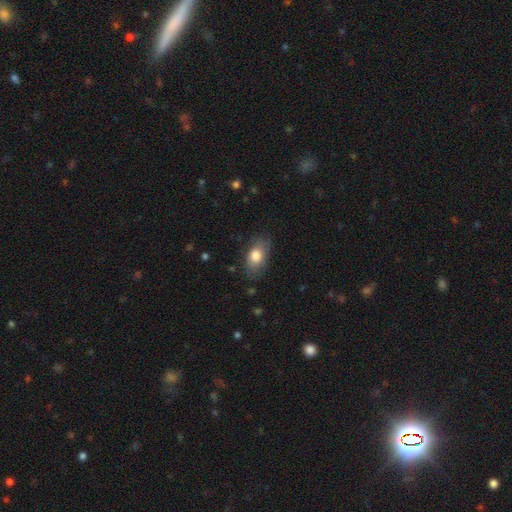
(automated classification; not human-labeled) smooth_or_featured: smooth (p=0.76) [alt: featured or disk p=0.17]
how_rounded: in between (p=0.89) [alt: round p=0.08]
merging: none (p=0.70) [alt: minor disturbance p=0.22]